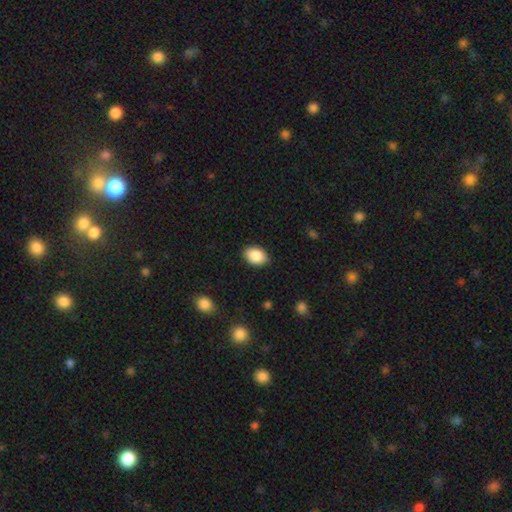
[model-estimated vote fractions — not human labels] A smooth galaxy with no disk features (88%) that is in between round and cigar-shaped (80%).

Vote fractions:
- Smooth or featured? smooth: 88% / star or artifact: 7% / featured or disk: 5%
- How rounded? in between: 80% / round: 19% / cigar-shaped: 1%
- Merging? none: 88% / minor disturbance: 9% / major disturbance: 2% / merger: 1%